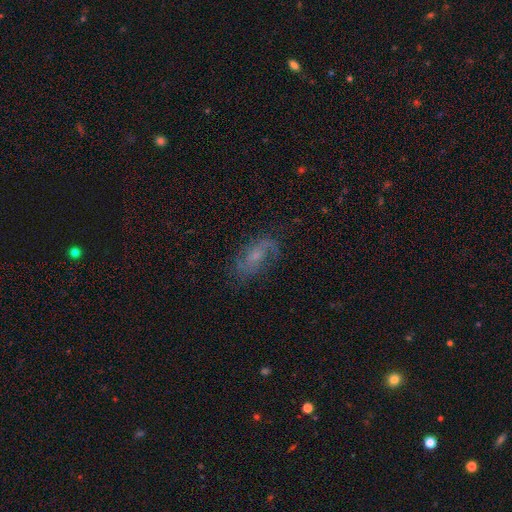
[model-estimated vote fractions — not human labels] smooth-or-featured: featured or disk: 68% | smooth: 21% | star or artifact: 11%
  disk-edge-on: no: 94% | yes: 6%
    bar: no: 55% | weak: 38% | strong: 7%
    has-spiral-arms: yes: 90% | no: 10%
      spiral-winding: medium: 44% | loose: 35% | tight: 21%
      spiral-arm-count: 2: 66% | 1: 15% | can't tell: 14% | 3: 3% | 4: 2% | more than 4: 1%
    bulge-size: small: 49% | moderate: 31% | none: 15% | large: 4% | dominant: 1%
  merging: none: 68% | minor disturbance: 19% | major disturbance: 11% | merger: 2%